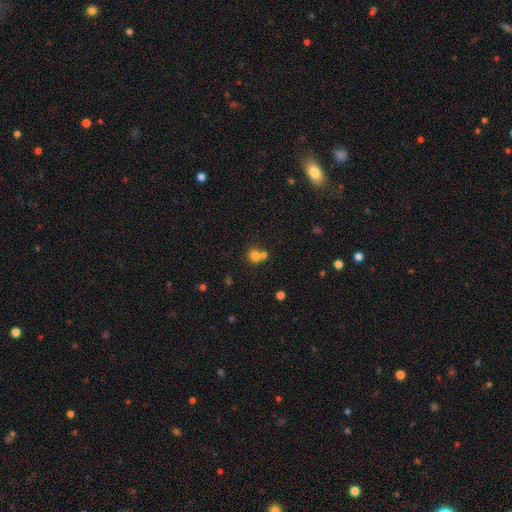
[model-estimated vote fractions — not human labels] smooth-or-featured: smooth: 75% | star or artifact: 13% | featured or disk: 11%
  how-rounded: round: 86% | in between: 13% | cigar-shaped: 1%
  merging: merger: 48% | none: 43% | minor disturbance: 6% | major disturbance: 3%